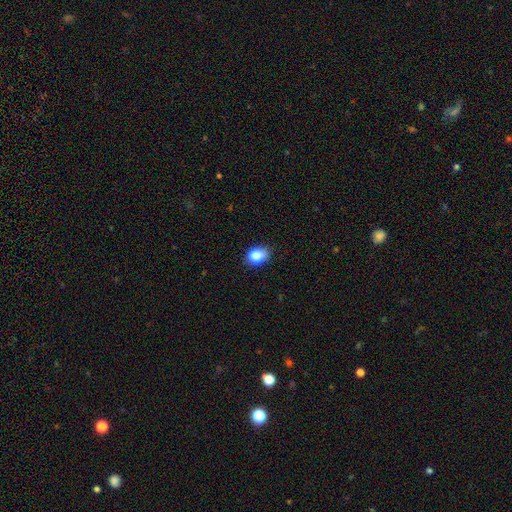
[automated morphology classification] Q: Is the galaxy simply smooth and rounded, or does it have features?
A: smooth — 86%.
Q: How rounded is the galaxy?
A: in between — 70%.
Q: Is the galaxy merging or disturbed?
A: none — 77%.